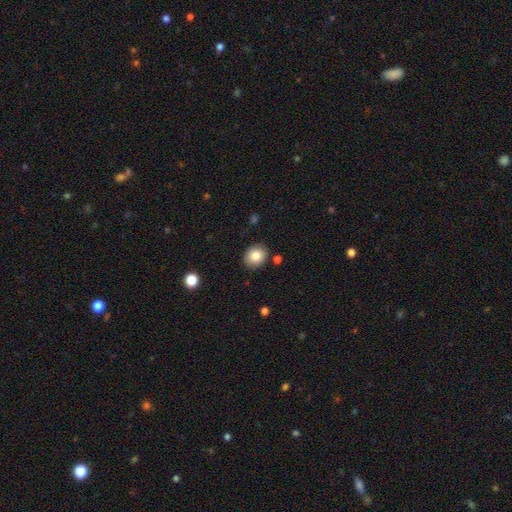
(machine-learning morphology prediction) This is clearly a smooth galaxy (83%). How rounded: likely round (62%). Merging: clearly none (86%).